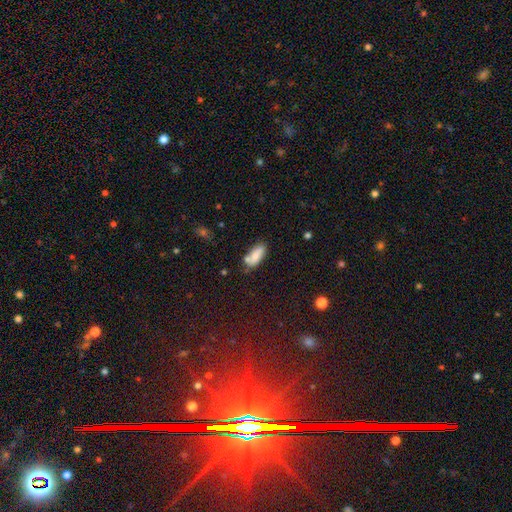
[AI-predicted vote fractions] Smooth or featured?
  - smooth: 78% *
  - featured or disk: 14%
  - star or artifact: 8%
How rounded?
  - in between: 81% *
  - cigar-shaped: 16%
  - round: 2%
Merging?
  - none: 62% *
  - minor disturbance: 19%
  - merger: 14%
  - major disturbance: 5%